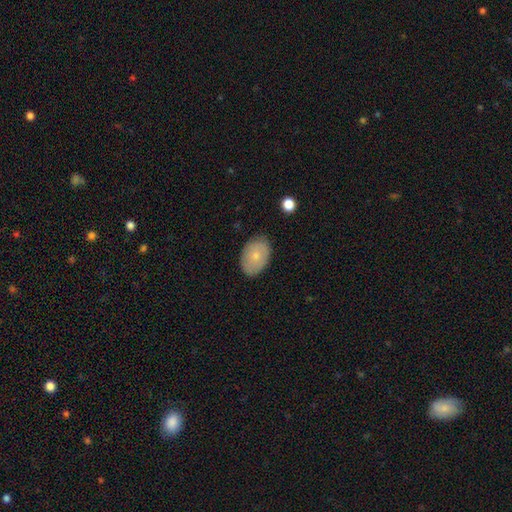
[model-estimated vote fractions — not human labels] smooth 72%, featured or disk 21%, star or artifact 7%. Down the decision tree: how rounded — in between (84%); merging — none (83%).